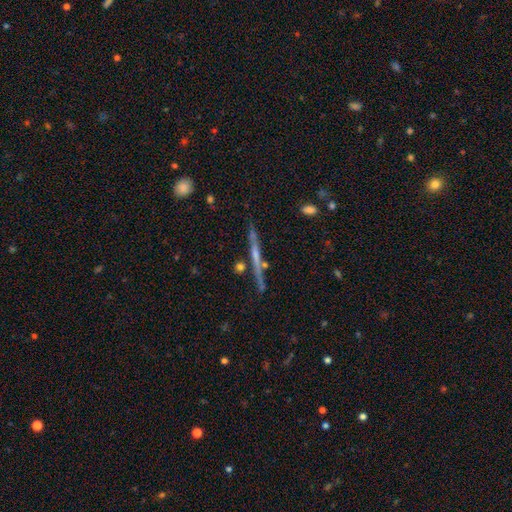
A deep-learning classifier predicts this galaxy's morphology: A featured or disk galaxy (55%) viewed edge-on (87%).

Vote fractions:
- Smooth or featured? featured or disk: 55% / smooth: 24% / star or artifact: 22%
- Edge-on disk? yes: 87% / no: 13%
- Merging? none: 75% / minor disturbance: 11% / merger: 8% / major disturbance: 6%